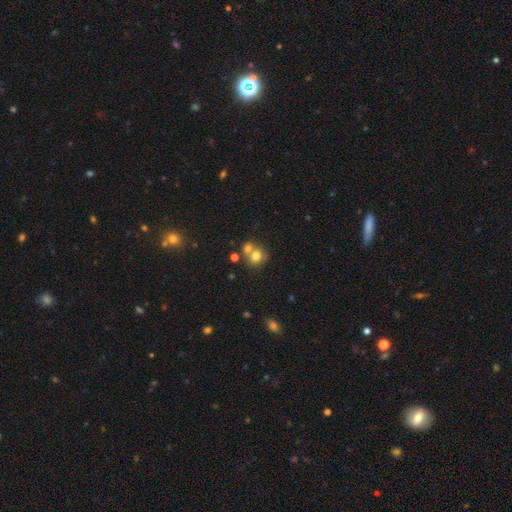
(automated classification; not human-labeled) Smooth or featured? Predicted: smooth (p=0.74). How rounded? Predicted: round (p=0.71). Merging? Predicted: merger (p=0.46).